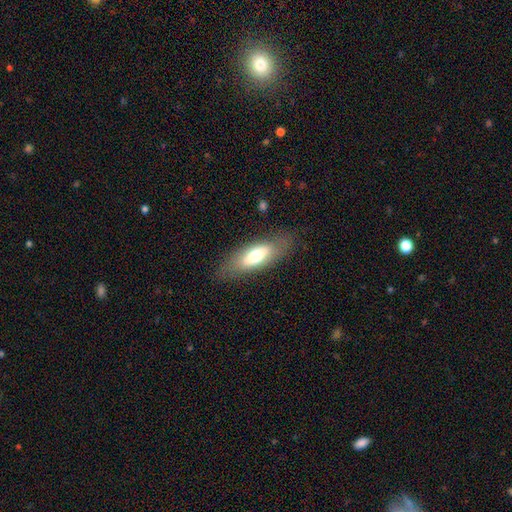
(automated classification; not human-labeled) Smooth or featured? smooth (59%)
How rounded? in between (67%)
Merging? none (80%)